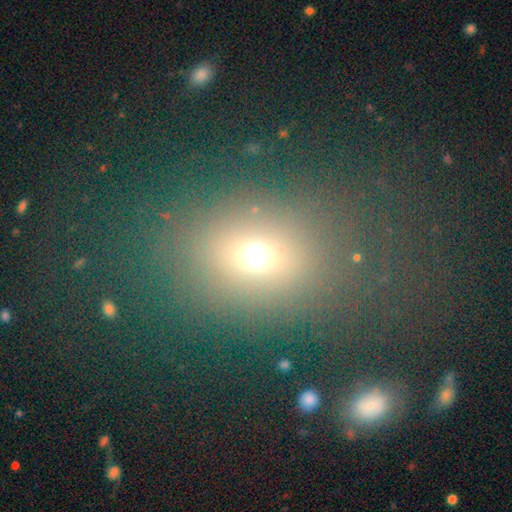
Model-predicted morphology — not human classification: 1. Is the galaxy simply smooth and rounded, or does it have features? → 67% smooth, 22% star or artifact, 11% featured or disk.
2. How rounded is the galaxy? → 56% round, 42% in between, 2% cigar-shaped.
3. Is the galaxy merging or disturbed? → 74% none, 12% minor disturbance, 8% major disturbance, 6% merger.